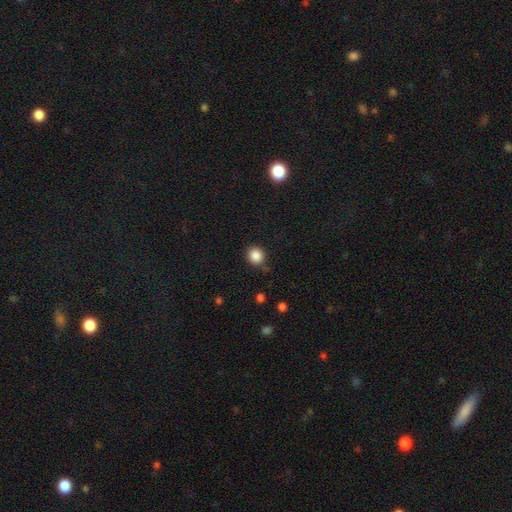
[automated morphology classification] smooth 86%, star or artifact 10%, featured or disk 3%. Down the decision tree: how rounded — round (85%); merging — none (82%).